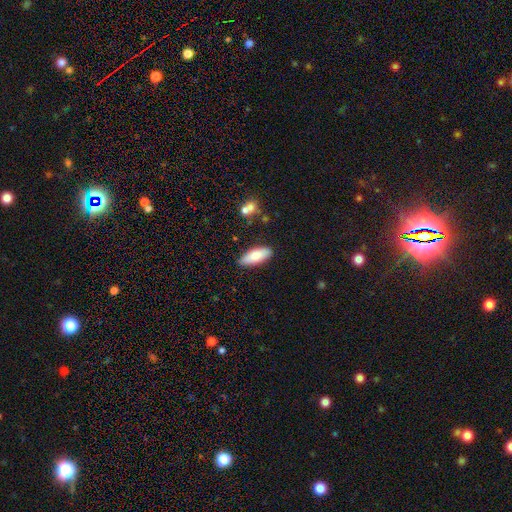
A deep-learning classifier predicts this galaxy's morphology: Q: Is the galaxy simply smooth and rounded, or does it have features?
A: smooth — 81%.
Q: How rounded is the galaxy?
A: in between — 76%.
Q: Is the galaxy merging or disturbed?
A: none — 85%.